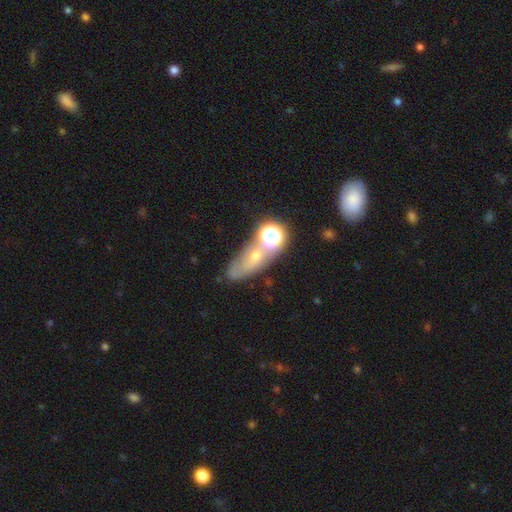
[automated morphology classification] Smooth or featured?
  - smooth: 44% *
  - star or artifact: 29%
  - featured or disk: 27%
Merging?
  - none: 47% *
  - merger: 20%
  - minor disturbance: 20%
  - major disturbance: 13%